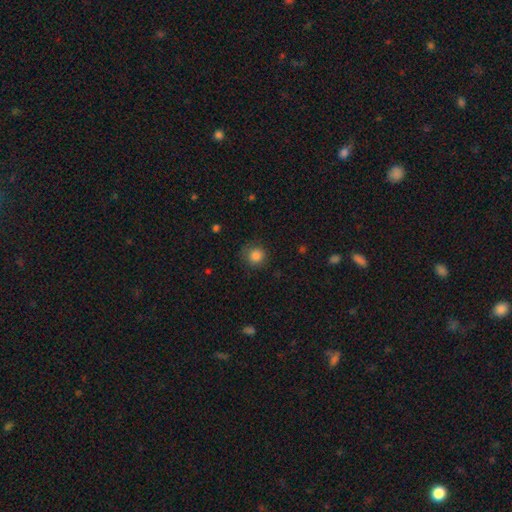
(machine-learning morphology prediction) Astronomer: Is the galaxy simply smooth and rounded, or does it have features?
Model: smooth — 85%.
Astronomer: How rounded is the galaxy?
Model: round — 90%.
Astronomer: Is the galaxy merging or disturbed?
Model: none — 79%.